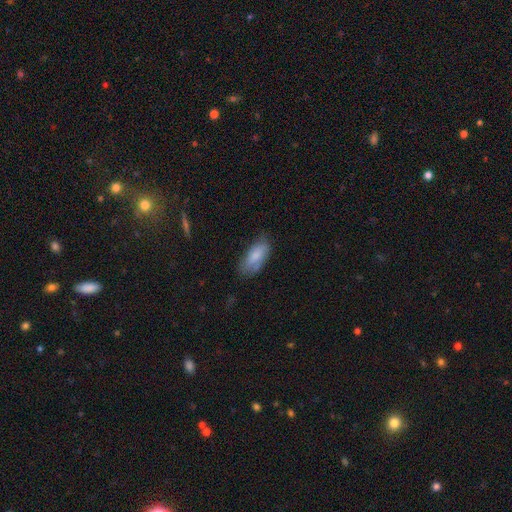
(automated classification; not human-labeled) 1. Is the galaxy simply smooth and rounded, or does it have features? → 80% smooth, 14% featured or disk, 6% star or artifact.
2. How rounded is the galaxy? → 86% in between, 12% cigar-shaped, 2% round.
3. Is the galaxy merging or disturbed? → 68% none, 25% minor disturbance, 6% major disturbance, 2% merger.